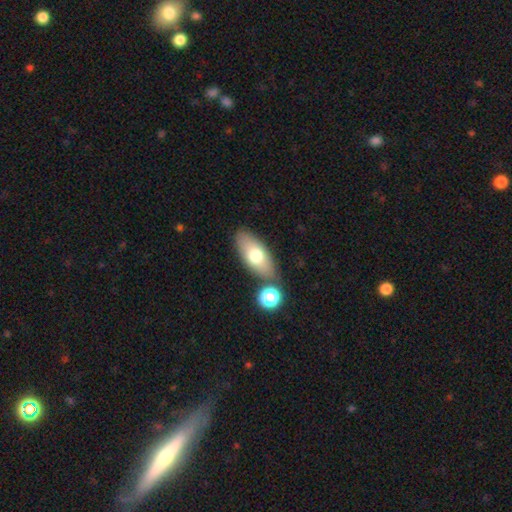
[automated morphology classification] Smooth or featured?
  - smooth: 71% *
  - featured or disk: 22%
  - star or artifact: 7%
How rounded?
  - in between: 84% *
  - cigar-shaped: 12%
  - round: 4%
Merging?
  - none: 74% *
  - merger: 12%
  - minor disturbance: 11%
  - major disturbance: 3%